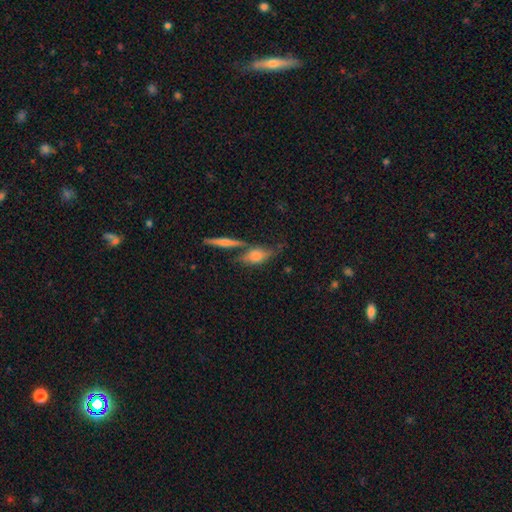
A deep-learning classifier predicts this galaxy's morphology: Smooth or featured? featured or disk (49%)
Merging? none (48%)